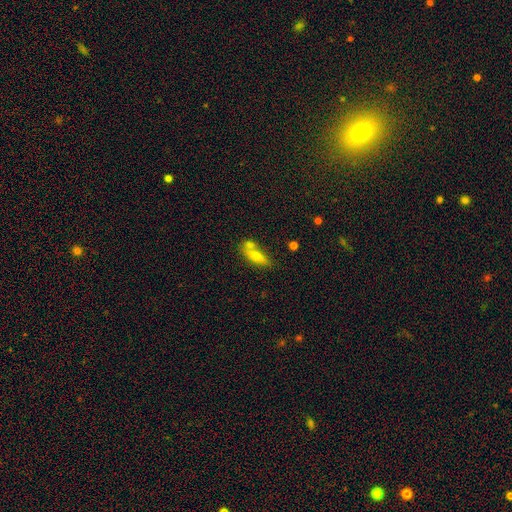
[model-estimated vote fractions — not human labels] This is likely a smooth galaxy (72%). How rounded: possibly in between (50%). Merging: possibly none (50%).